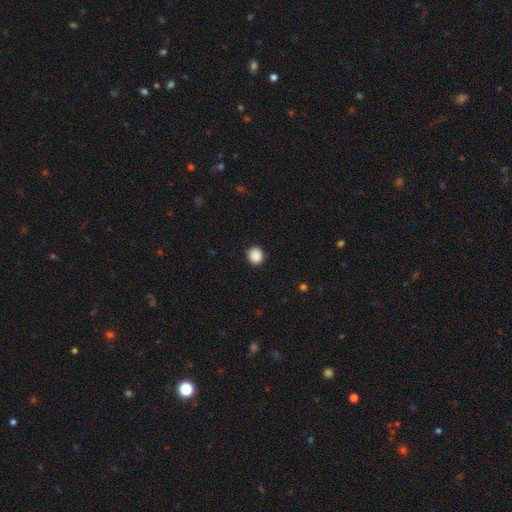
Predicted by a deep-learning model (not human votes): The model was most divided on "how rounded": round: 84%, in between: 15%, cigar-shaped: 1%. More confident: merging — none (89%); smooth or featured — smooth (89%).